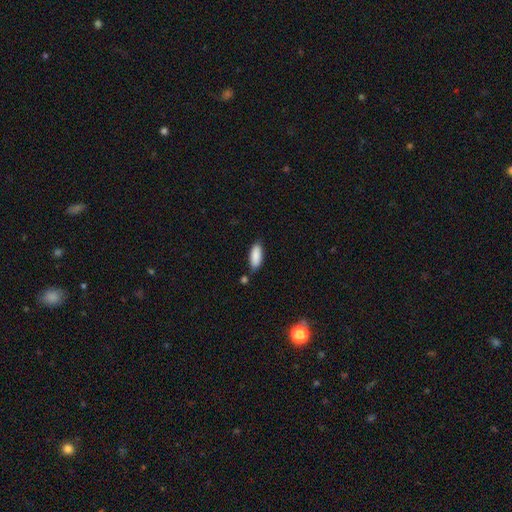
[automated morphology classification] smooth_or_featured: smooth (p=0.88) [alt: star or artifact p=0.06]
how_rounded: in between (p=0.80) [alt: cigar-shaped p=0.19]
merging: none (p=0.77) [alt: minor disturbance p=0.14]